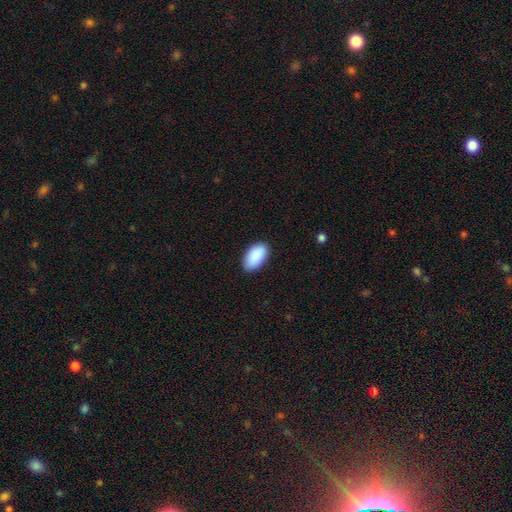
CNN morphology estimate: Q: Smooth or featured?
A: smooth (91%); runner-up: star or artifact (6%)
Q: How rounded?
A: in between (96%); runner-up: round (3%)
Q: Merging?
A: none (87%); runner-up: minor disturbance (10%)